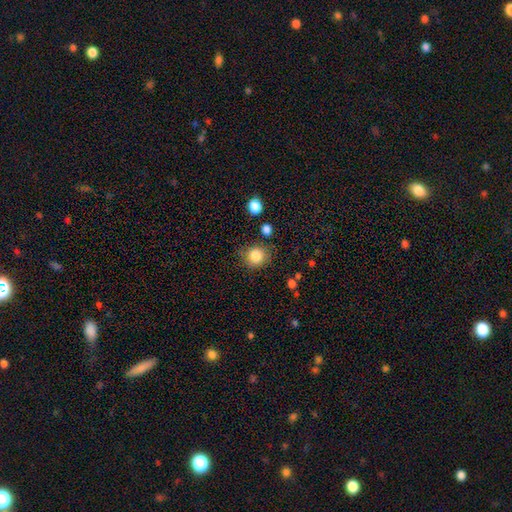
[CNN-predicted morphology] The model was most divided on "merging": none: 77%, minor disturbance: 14%, major disturbance: 4%, merger: 4%. More confident: smooth or featured — smooth (84%); how rounded — round (82%).